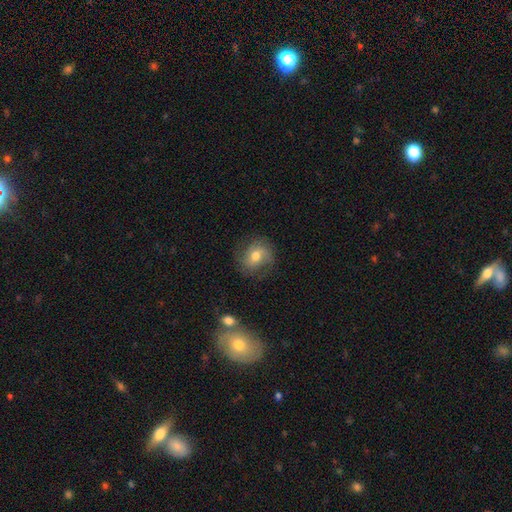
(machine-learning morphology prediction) smooth_or_featured: smooth (p=0.47) [alt: featured or disk p=0.43]
merging: none (p=0.71) [alt: minor disturbance p=0.19]